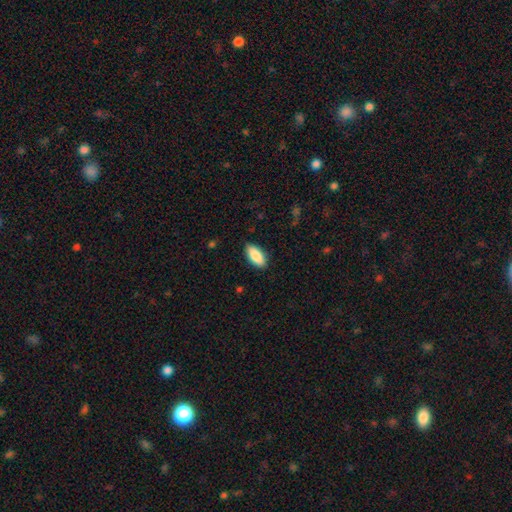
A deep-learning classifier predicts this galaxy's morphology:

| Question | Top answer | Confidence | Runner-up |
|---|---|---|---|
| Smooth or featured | smooth | 87% | featured or disk (7%) |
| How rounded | in between | 89% | cigar-shaped (9%) |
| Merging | none | 87% | minor disturbance (10%) |